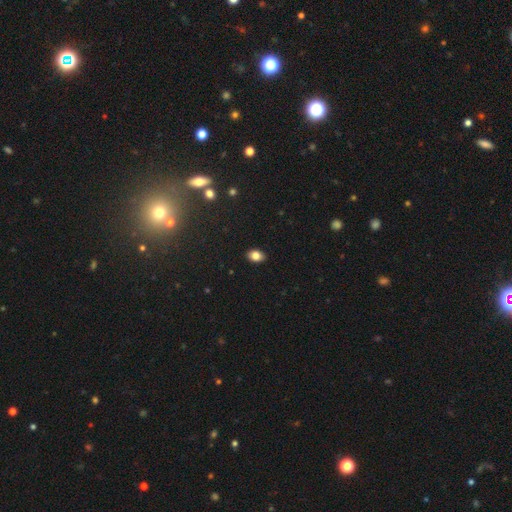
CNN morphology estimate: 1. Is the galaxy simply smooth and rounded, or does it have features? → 83% smooth, 10% star or artifact, 7% featured or disk.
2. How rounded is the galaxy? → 79% in between, 20% round, 1% cigar-shaped.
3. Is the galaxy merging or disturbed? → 89% none, 8% minor disturbance, 2% major disturbance, 1% merger.